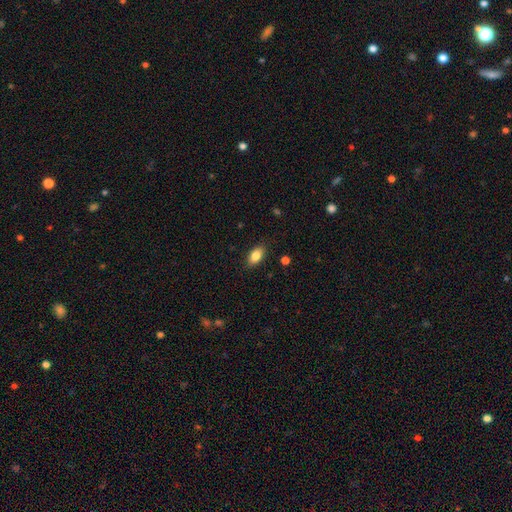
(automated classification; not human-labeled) Overall: smooth (84%). How rounded: in between (90%). Merging: none (87%).